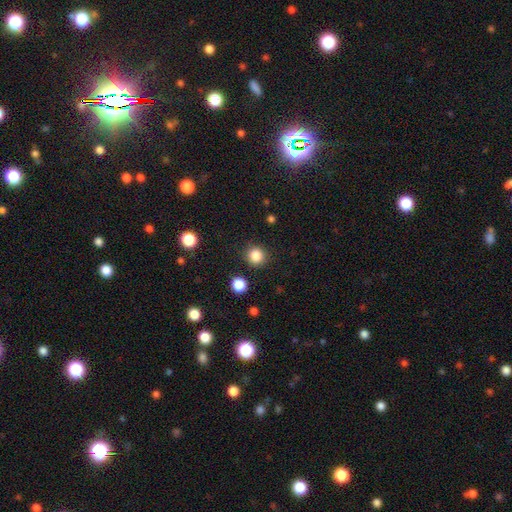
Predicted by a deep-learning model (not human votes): This is clearly a smooth galaxy (85%). How rounded: clearly round (93%). Merging: clearly none (89%).